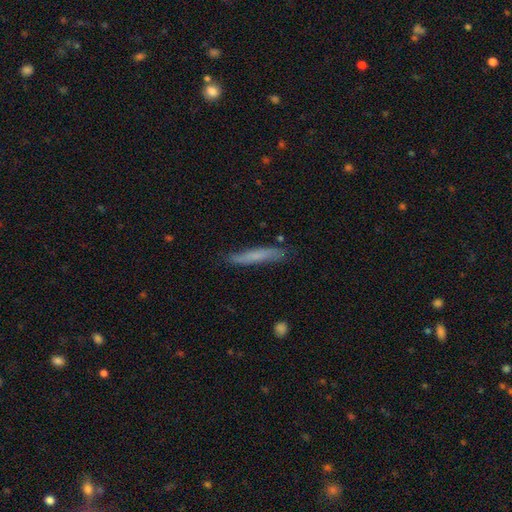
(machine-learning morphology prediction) Smooth or featured: smooth — 63% (featured or disk — 30%)
How rounded: cigar-shaped — 93% (in between — 5%)
Merging: none — 80% (minor disturbance — 15%)